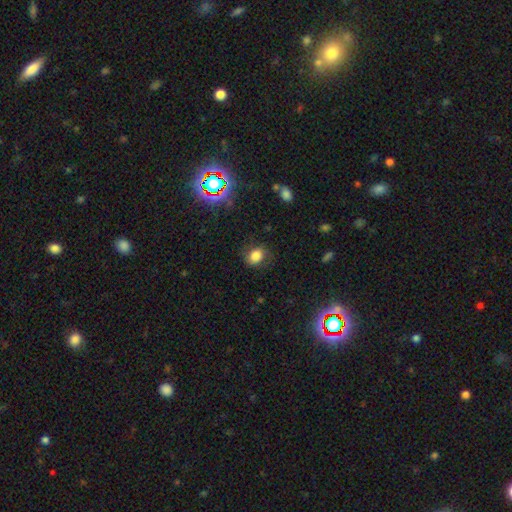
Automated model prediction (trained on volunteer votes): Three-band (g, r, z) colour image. It shows a smooth galaxy with no disk features (74%) that is round (53%). Merging: none (73%).